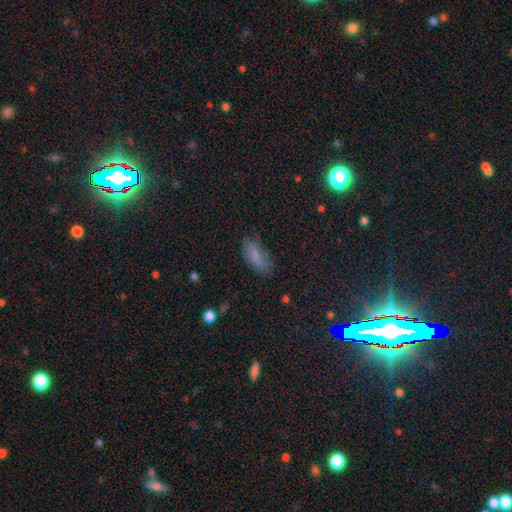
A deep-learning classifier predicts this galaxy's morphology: Smooth or featured? smooth (76%)
How rounded? in between (78%)
Merging? none (77%)